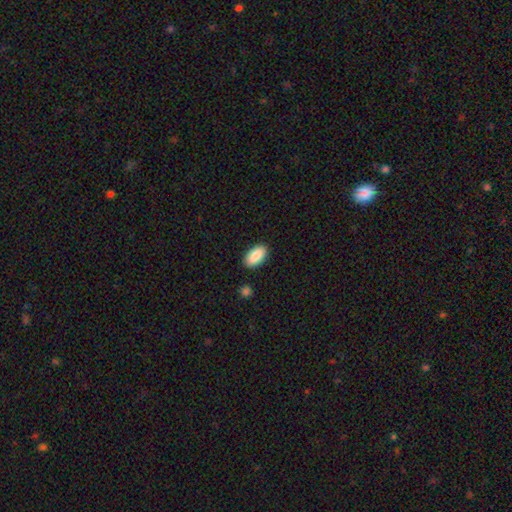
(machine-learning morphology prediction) smooth 89%, star or artifact 6%, featured or disk 5%. Down the decision tree: how rounded — in between (93%); merging — none (89%).